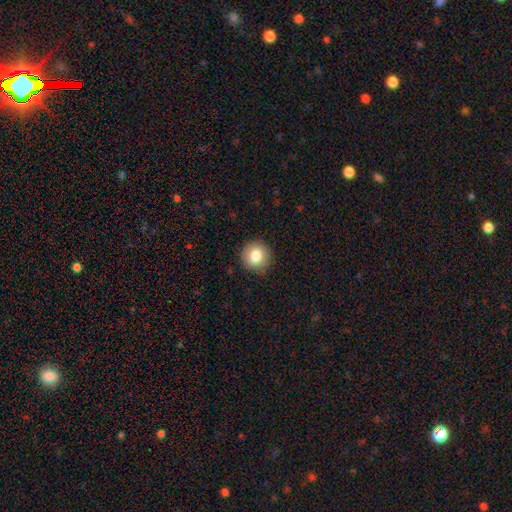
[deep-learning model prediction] Smooth or featured?
  - smooth: 83% *
  - star or artifact: 9%
  - featured or disk: 8%
How rounded?
  - round: 92% *
  - in between: 7%
  - cigar-shaped: 1%
Merging?
  - none: 89% *
  - minor disturbance: 8%
  - major disturbance: 2%
  - merger: 1%